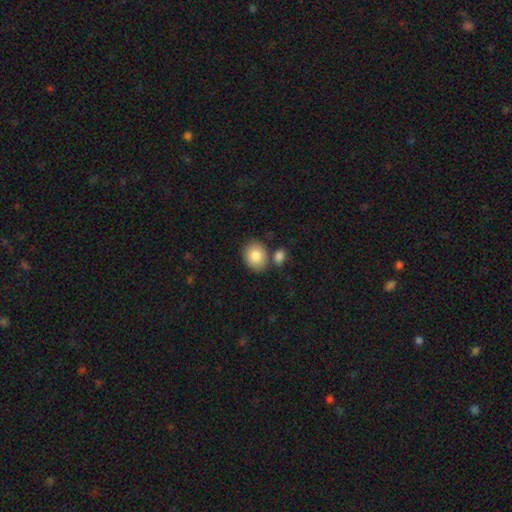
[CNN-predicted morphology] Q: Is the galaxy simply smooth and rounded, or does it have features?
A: smooth — 84%.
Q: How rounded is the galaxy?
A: round — 53%.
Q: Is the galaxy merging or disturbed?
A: none — 71%.